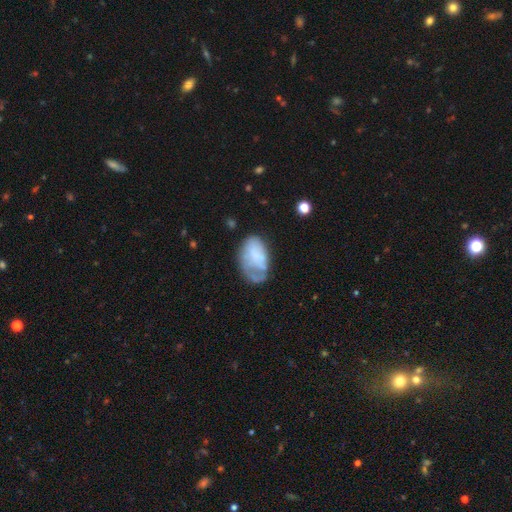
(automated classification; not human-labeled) This is possibly a smooth galaxy (52%). How rounded: clearly in between (89%). Merging: marginally none (36%).